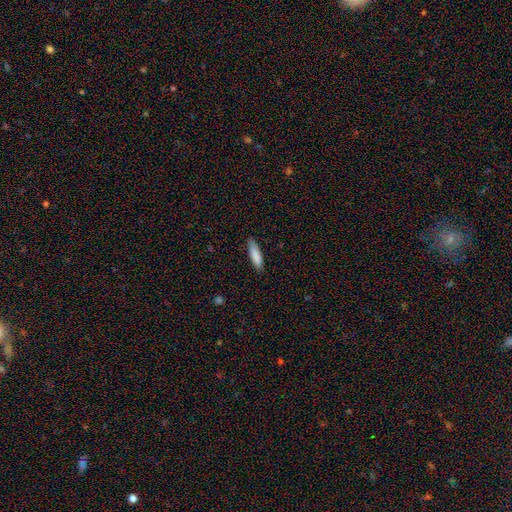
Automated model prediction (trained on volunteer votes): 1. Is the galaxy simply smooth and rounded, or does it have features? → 86% smooth, 8% featured or disk, 6% star or artifact.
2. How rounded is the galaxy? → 67% cigar-shaped, 31% in between, 1% round.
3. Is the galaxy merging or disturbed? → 84% none, 13% minor disturbance, 2% major disturbance, 1% merger.